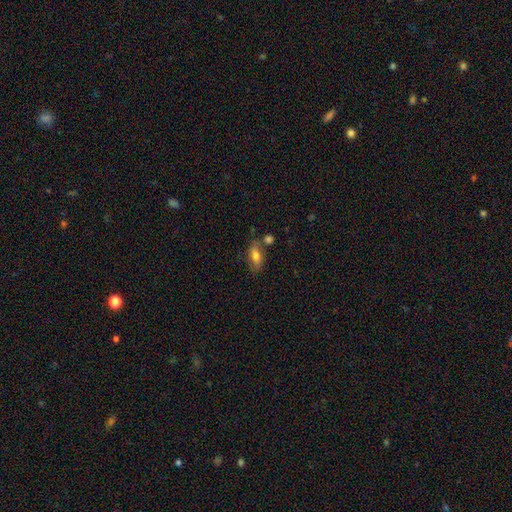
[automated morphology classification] Smooth or featured: smooth — 71% (featured or disk — 21%)
How rounded: in between — 80% (cigar-shaped — 14%)
Merging: none — 64% (minor disturbance — 16%)